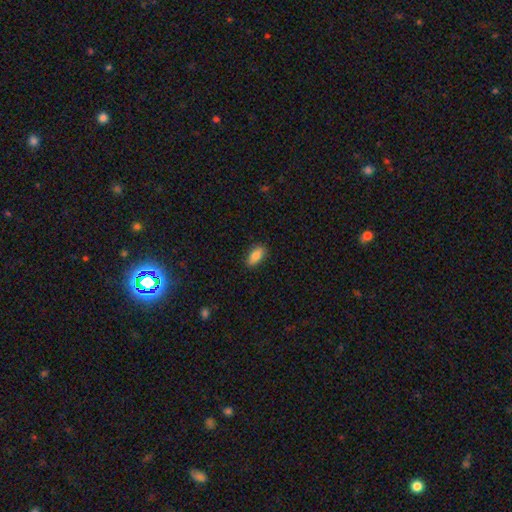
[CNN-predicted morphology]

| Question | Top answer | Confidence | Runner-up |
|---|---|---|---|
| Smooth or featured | smooth | 85% | featured or disk (8%) |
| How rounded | in between | 90% | cigar-shaped (7%) |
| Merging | none | 87% | minor disturbance (10%) |